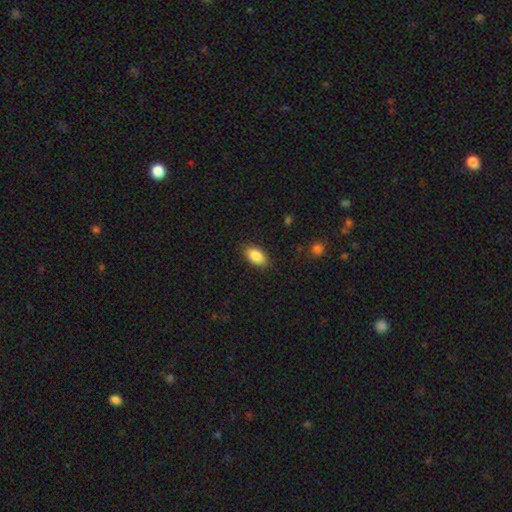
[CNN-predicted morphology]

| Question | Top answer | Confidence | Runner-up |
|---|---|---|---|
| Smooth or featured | smooth | 86% | star or artifact (7%) |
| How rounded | in between | 92% | round (5%) |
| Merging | none | 85% | minor disturbance (12%) |